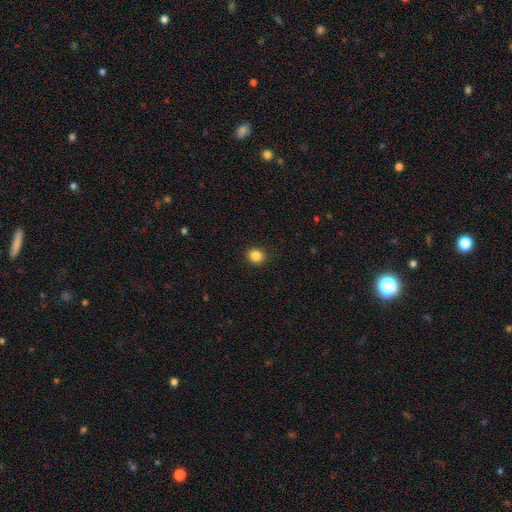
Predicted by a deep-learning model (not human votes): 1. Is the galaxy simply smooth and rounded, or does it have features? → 86% smooth, 11% star or artifact, 4% featured or disk.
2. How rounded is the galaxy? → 82% round, 17% in between, 1% cigar-shaped.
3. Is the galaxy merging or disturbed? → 92% none, 5% minor disturbance, 2% major disturbance, 1% merger.